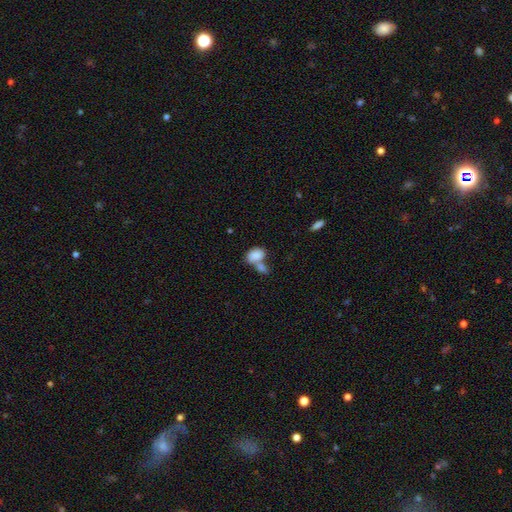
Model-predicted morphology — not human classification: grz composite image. It shows a smooth galaxy with no disk features (83%) that is in between round and cigar-shaped (85%). Merging: merger (61%).